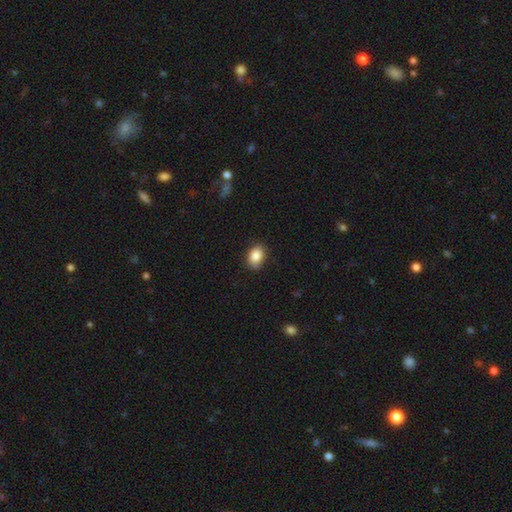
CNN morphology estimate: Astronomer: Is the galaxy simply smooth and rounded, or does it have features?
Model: smooth — 85%.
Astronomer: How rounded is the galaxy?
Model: in between — 70%.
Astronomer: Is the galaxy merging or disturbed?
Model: none — 80%.